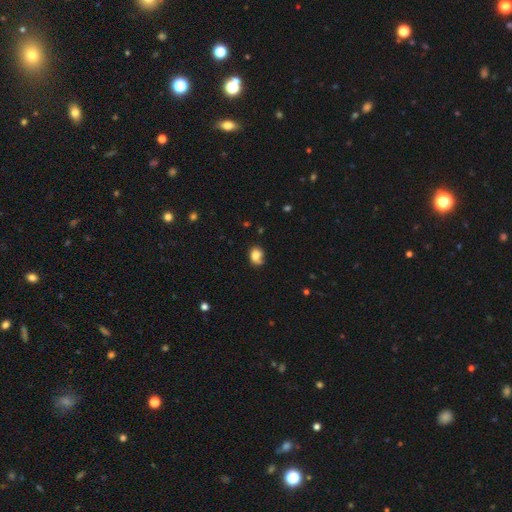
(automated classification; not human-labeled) Morphology: type=smooth (78%); roundness=in between (55%); merging=none (51%).